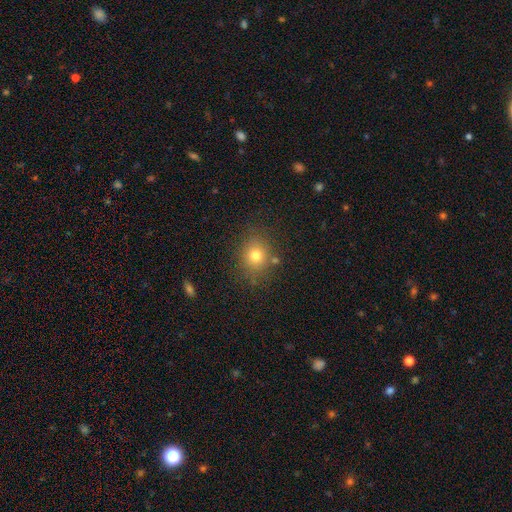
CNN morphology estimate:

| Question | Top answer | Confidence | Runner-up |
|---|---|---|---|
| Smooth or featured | smooth | 76% | star or artifact (15%) |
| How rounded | round | 70% | in between (29%) |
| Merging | none | 81% | minor disturbance (11%) |